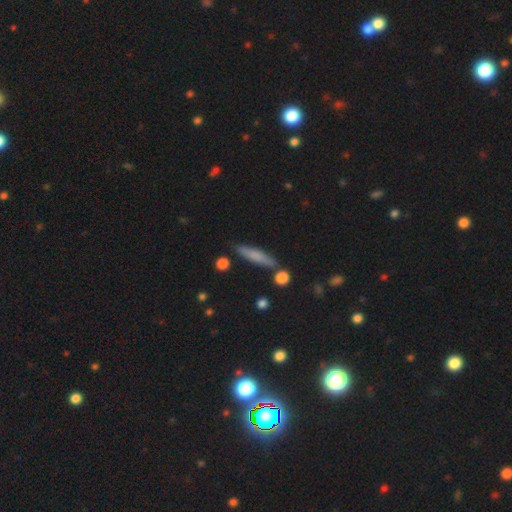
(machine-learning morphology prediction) Smooth or featured?
  - smooth: 66% *
  - featured or disk: 27%
  - star or artifact: 7%
How rounded?
  - cigar-shaped: 85% *
  - in between: 13%
  - round: 2%
Merging?
  - none: 82% *
  - minor disturbance: 11%
  - merger: 5%
  - major disturbance: 2%